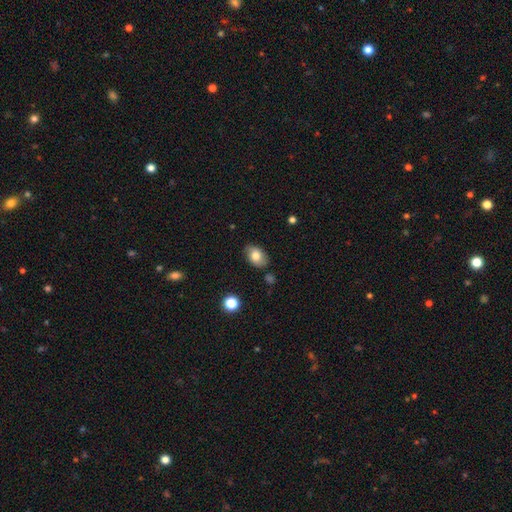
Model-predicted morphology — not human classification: Smooth or featured? smooth (77%)
How rounded? in between (86%)
Merging? none (80%)